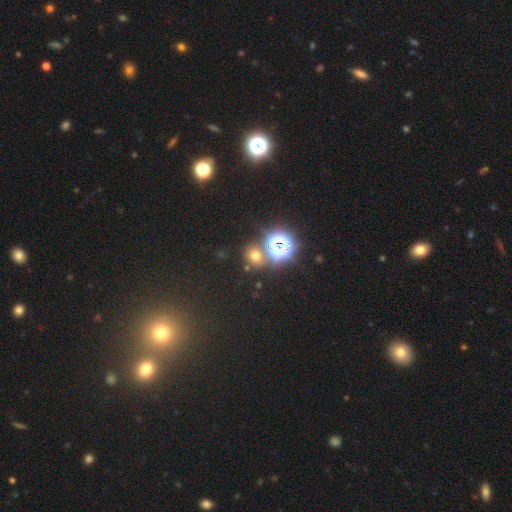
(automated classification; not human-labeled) Overall: smooth (55%; star or artifact 38%). How rounded: round (78%). Merging: none (76%).